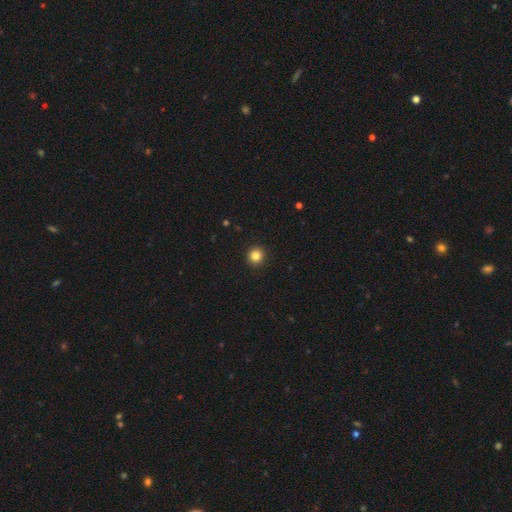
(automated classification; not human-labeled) A smooth galaxy with no disk features (84%) that is round (94%).

Vote fractions:
- Smooth or featured? smooth: 84% / star or artifact: 12% / featured or disk: 4%
- How rounded? round: 94% / in between: 5% / cigar-shaped: 1%
- Merging? none: 94% / minor disturbance: 4% / major disturbance: 1% / merger: 1%